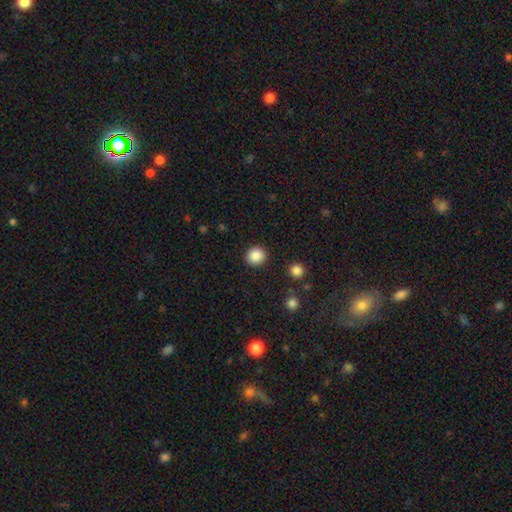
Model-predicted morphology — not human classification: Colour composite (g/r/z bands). It shows a smooth galaxy with no disk features (88%) that is round (89%). Merging: none (91%).